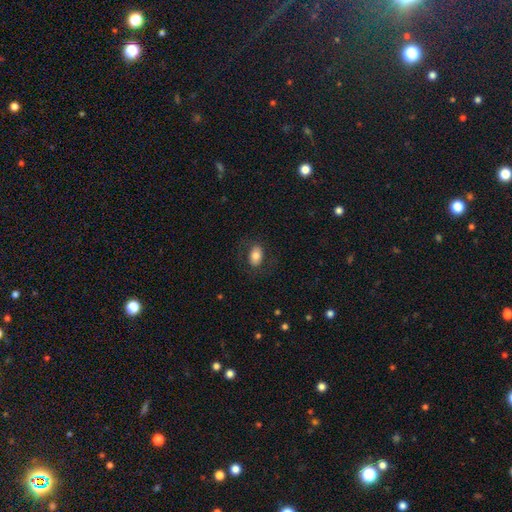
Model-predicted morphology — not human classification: A smooth galaxy with no disk features (76%) that is in between round and cigar-shaped (85%). Merging: none (78%).